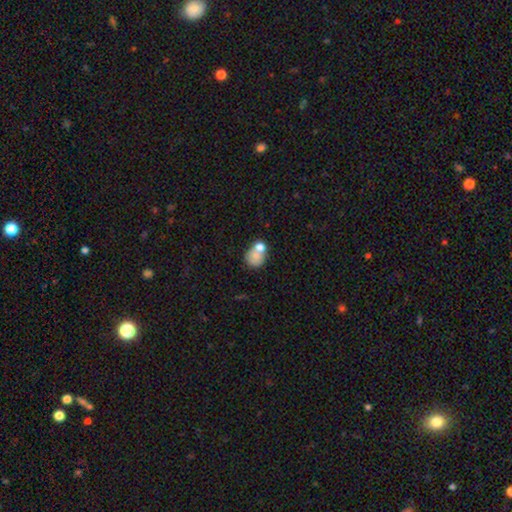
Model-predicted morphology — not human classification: A smooth galaxy with no disk features (73%) that is round (60%). Merging: merger (44%).